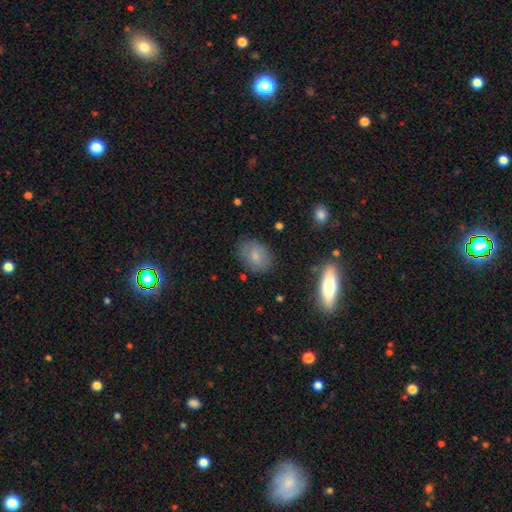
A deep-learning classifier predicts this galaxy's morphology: type=smooth (75%); roundness=in between (79%); merging=none (79%).